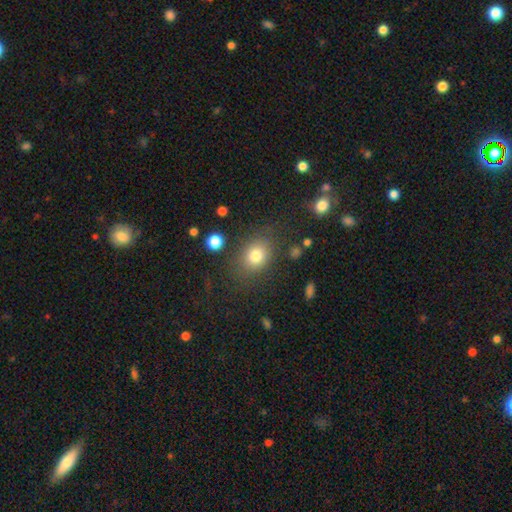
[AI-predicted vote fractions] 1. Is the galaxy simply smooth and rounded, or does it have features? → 78% smooth, 13% star or artifact, 9% featured or disk.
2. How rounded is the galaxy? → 50% in between, 49% round, 1% cigar-shaped.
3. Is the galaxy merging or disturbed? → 76% none, 13% minor disturbance, 7% major disturbance, 3% merger.